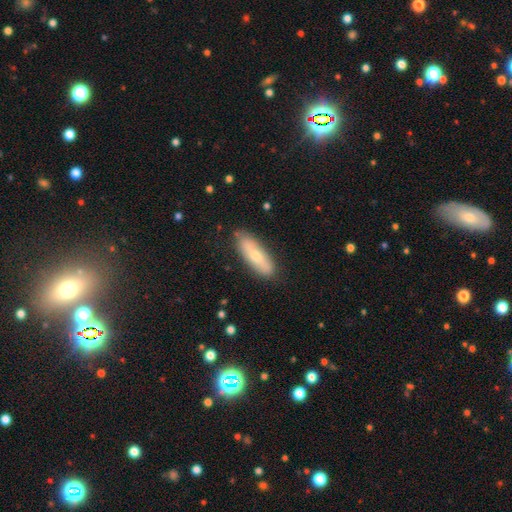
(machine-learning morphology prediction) Smooth or featured?
  - smooth: 62% *
  - featured or disk: 32%
  - star or artifact: 6%
How rounded?
  - in between: 54% *
  - cigar-shaped: 43%
  - round: 2%
Merging?
  - none: 82% *
  - minor disturbance: 14%
  - major disturbance: 3%
  - merger: 1%